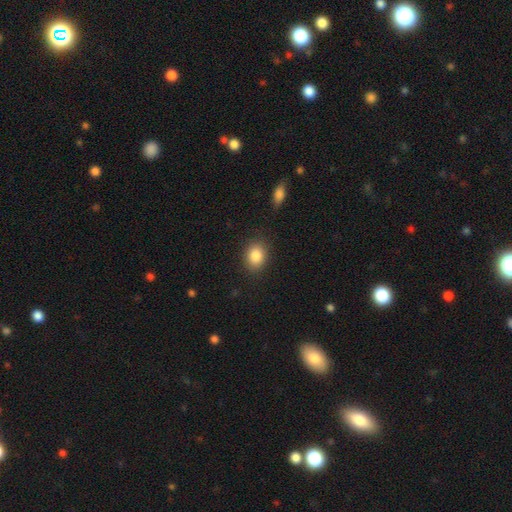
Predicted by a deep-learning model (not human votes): smooth-or-featured: smooth: 86% | star or artifact: 8% | featured or disk: 5%
  how-rounded: in between: 62% | round: 37% | cigar-shaped: 1%
  merging: none: 85% | minor disturbance: 10% | major disturbance: 3% | merger: 1%